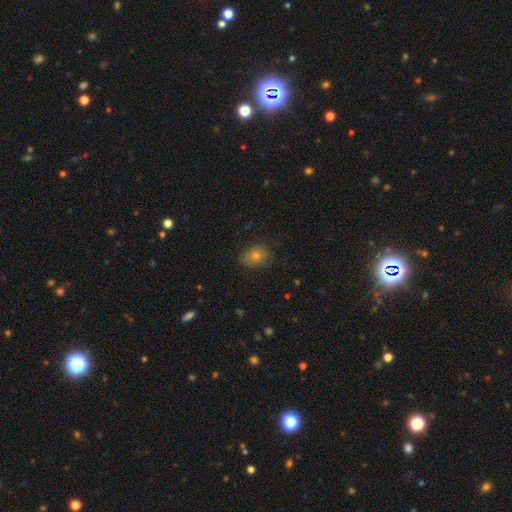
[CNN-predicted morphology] A smooth galaxy with no disk features (70%) that is in between round and cigar-shaped (54%).

Vote fractions:
- Smooth or featured? smooth: 70% / star or artifact: 15% / featured or disk: 15%
- How rounded? in between: 54% / round: 45% / cigar-shaped: 1%
- Merging? none: 81% / minor disturbance: 15% / major disturbance: 3% / merger: 1%